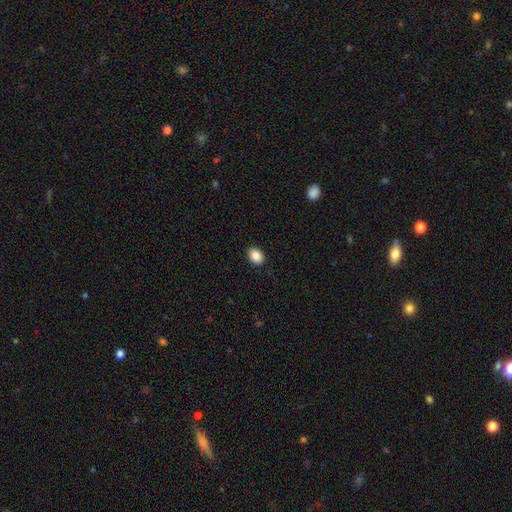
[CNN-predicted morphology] Smooth or featured?
  - smooth: 88% *
  - star or artifact: 8%
  - featured or disk: 4%
How rounded?
  - in between: 59% *
  - round: 40%
  - cigar-shaped: 1%
Merging?
  - none: 91% *
  - minor disturbance: 7%
  - major disturbance: 2%
  - merger: 1%